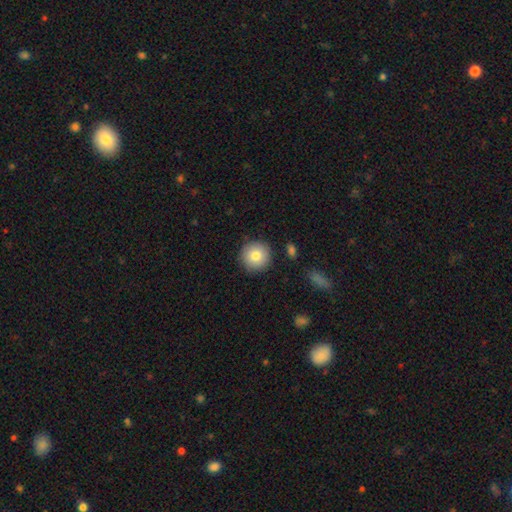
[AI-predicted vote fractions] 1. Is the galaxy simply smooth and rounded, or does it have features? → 81% smooth, 11% featured or disk, 8% star or artifact.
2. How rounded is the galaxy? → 95% round, 4% in between, 1% cigar-shaped.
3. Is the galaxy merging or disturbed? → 88% none, 8% minor disturbance, 2% major disturbance, 2% merger.